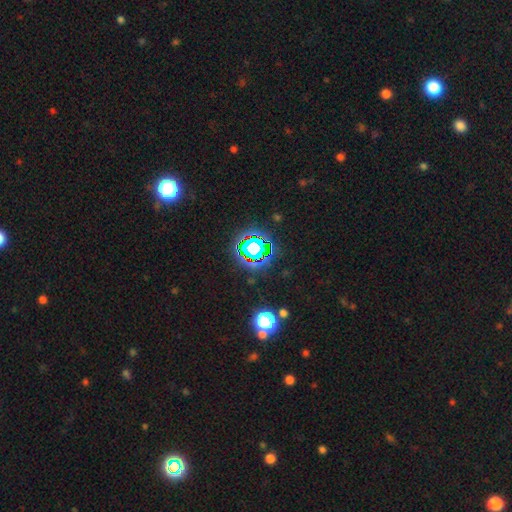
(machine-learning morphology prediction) smooth-or-featured: star or artifact: 76% | smooth: 16% | featured or disk: 8%